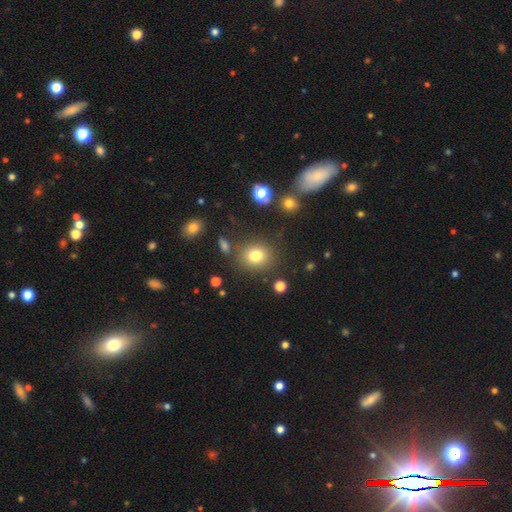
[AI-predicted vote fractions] smooth 78%, star or artifact 13%, featured or disk 8%. Down the decision tree: how rounded — round (78%); merging — none (83%).